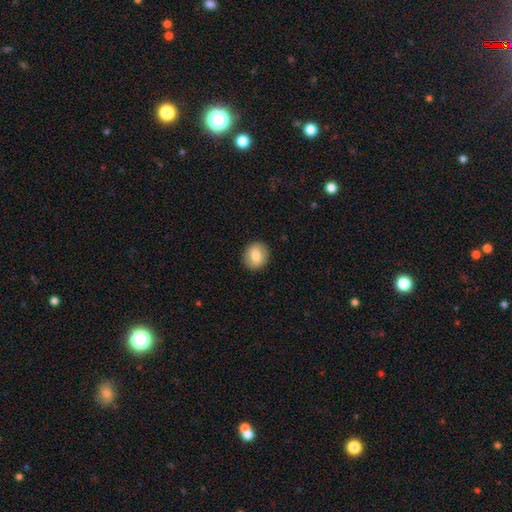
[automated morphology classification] type=smooth (79%); roundness=round (75%); merging=none (91%).